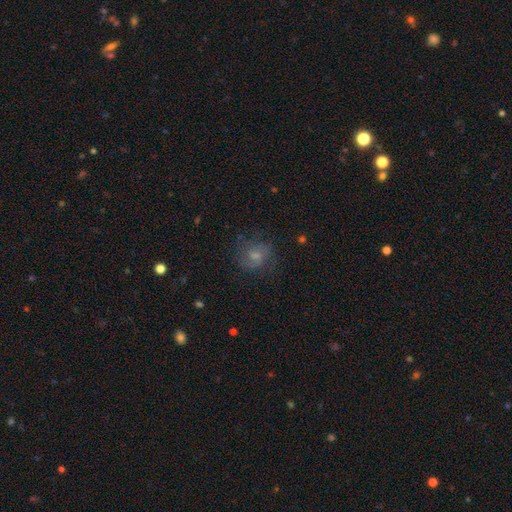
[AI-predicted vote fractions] Smooth or featured: featured or disk — 45% (smooth — 43%)
Merging: none — 62% (minor disturbance — 21%)